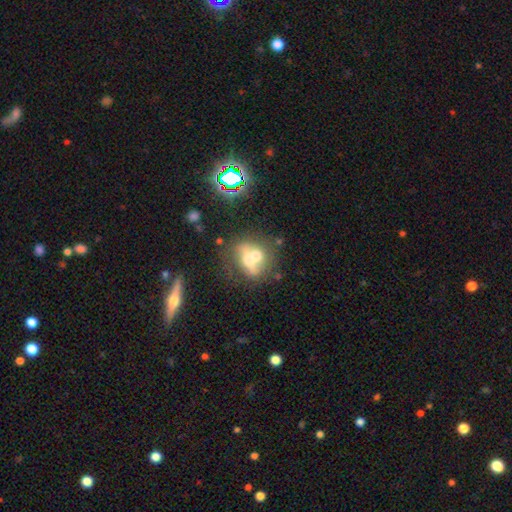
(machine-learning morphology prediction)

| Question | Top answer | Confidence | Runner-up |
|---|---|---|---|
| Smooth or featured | smooth | 45% | featured or disk (42%) |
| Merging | merger | 50% | none (31%) |